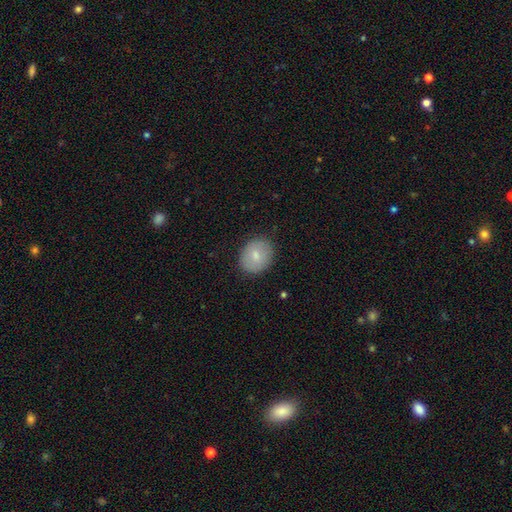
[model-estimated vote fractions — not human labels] smooth-or-featured: smooth: 75% | featured or disk: 18% | star or artifact: 7%
  how-rounded: round: 60% | in between: 39% | cigar-shaped: 1%
  merging: none: 85% | minor disturbance: 11% | major disturbance: 3% | merger: 1%